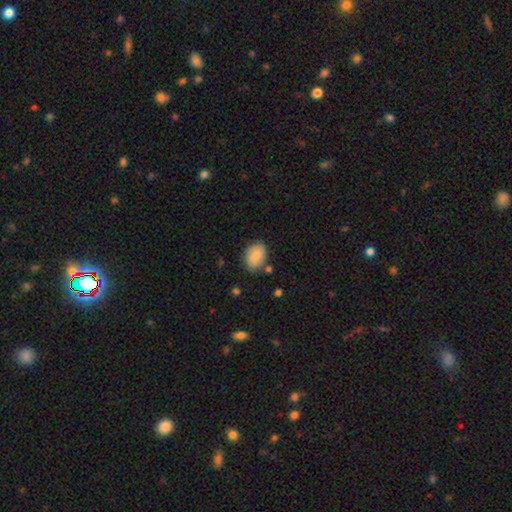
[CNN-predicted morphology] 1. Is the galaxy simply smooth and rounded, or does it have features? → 87% smooth, 7% star or artifact, 7% featured or disk.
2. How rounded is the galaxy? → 83% in between, 16% round, 1% cigar-shaped.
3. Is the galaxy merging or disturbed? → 80% none, 13% minor disturbance, 4% merger, 3% major disturbance.